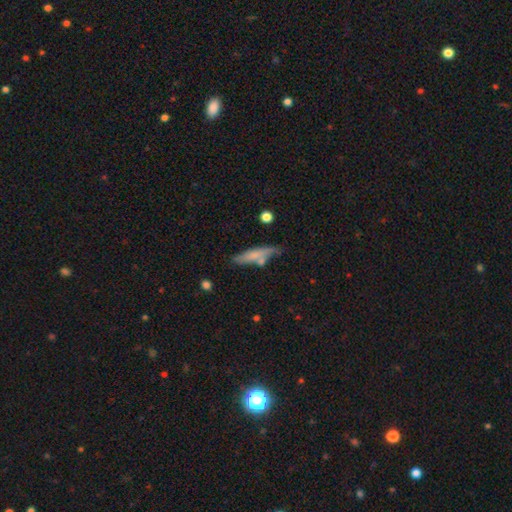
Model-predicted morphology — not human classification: Smooth or featured? Predicted: smooth (p=0.66). How rounded? Predicted: cigar-shaped (p=0.79). Merging? Predicted: none (p=0.62).